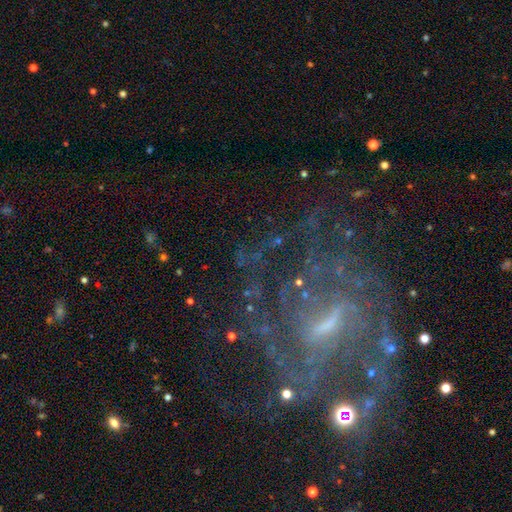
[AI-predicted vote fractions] The model was most divided on "spiral winding": tight: 43%, medium: 40%, loose: 18%. Remaining: edge-on disk — no (96%); spiral arms — yes (90%); smooth or featured — featured or disk (82%); merging — none (61%); bulge size — small (52%); bar — weak (49%); spiral arm count — can't tell (40%).